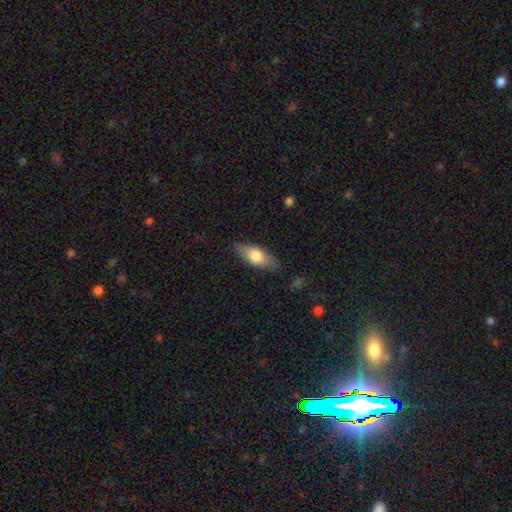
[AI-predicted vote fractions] Smooth or featured: smooth — 70% (featured or disk — 24%)
How rounded: in between — 74% (cigar-shaped — 23%)
Merging: none — 81% (minor disturbance — 15%)